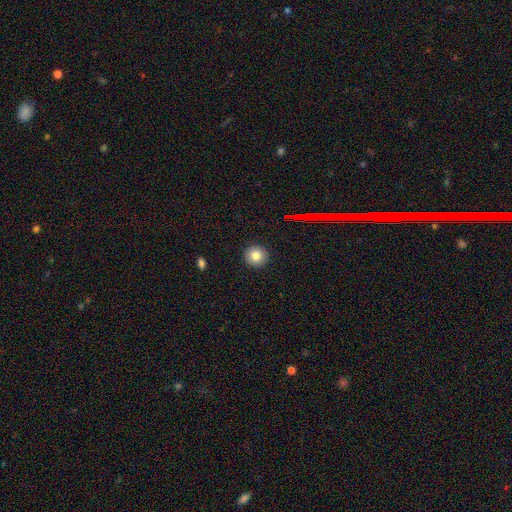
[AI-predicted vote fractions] Smooth or featured: smooth — 80% (star or artifact — 12%)
How rounded: round — 94% (in between — 5%)
Merging: none — 92% (minor disturbance — 5%)